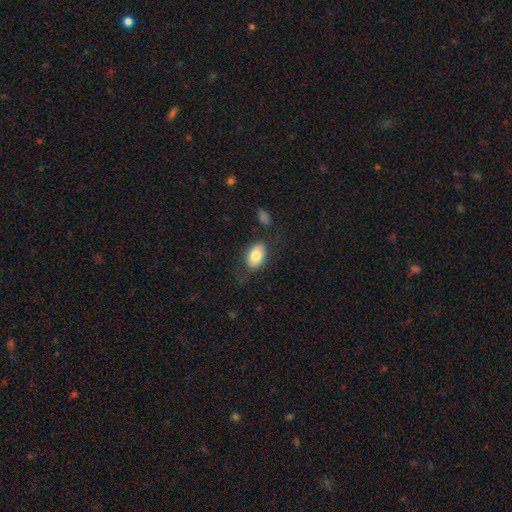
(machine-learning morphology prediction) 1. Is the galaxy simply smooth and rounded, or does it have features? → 81% smooth, 13% featured or disk, 6% star or artifact.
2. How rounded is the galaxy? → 90% in between, 9% round, 1% cigar-shaped.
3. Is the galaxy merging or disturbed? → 71% none, 17% minor disturbance, 8% major disturbance, 3% merger.